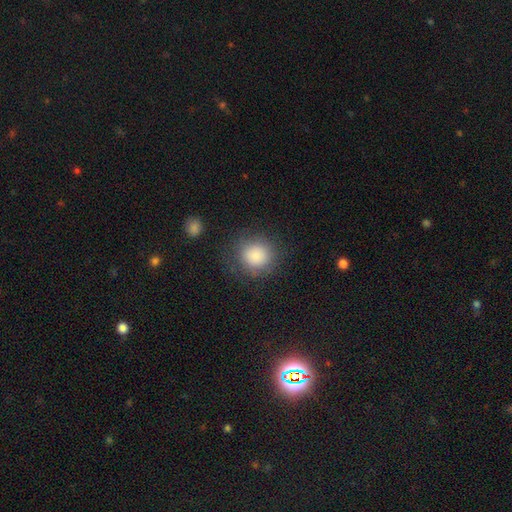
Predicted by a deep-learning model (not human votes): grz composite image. It shows a smooth galaxy with no disk features (86%) that is round (88%). Merging: none (80%).